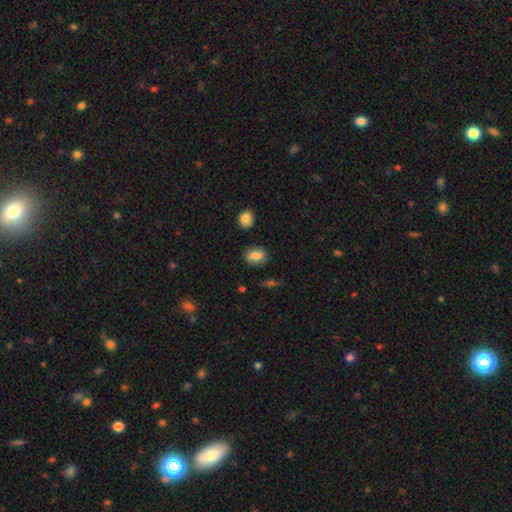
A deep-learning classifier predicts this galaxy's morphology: A smooth galaxy with no disk features (77%) that is in between round and cigar-shaped (66%).

Vote fractions:
- Smooth or featured? smooth: 77% / featured or disk: 15% / star or artifact: 9%
- How rounded? in between: 66% / round: 32% / cigar-shaped: 2%
- Merging? none: 80% / minor disturbance: 13% / major disturbance: 4% / merger: 3%